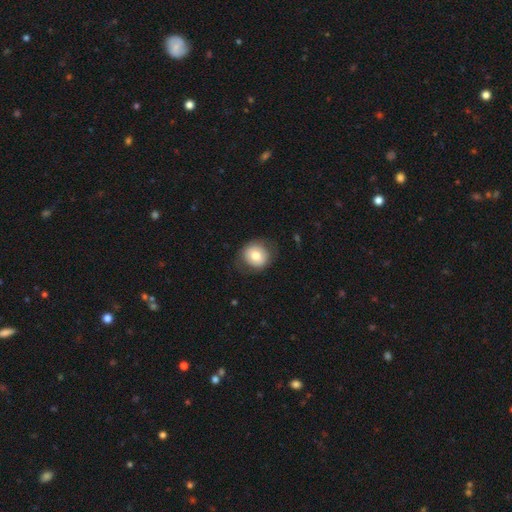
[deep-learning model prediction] smooth_or_featured: smooth (p=0.73) [alt: featured or disk p=0.19]
how_rounded: round (p=0.83) [alt: in between p=0.16]
merging: none (p=0.77) [alt: minor disturbance p=0.15]